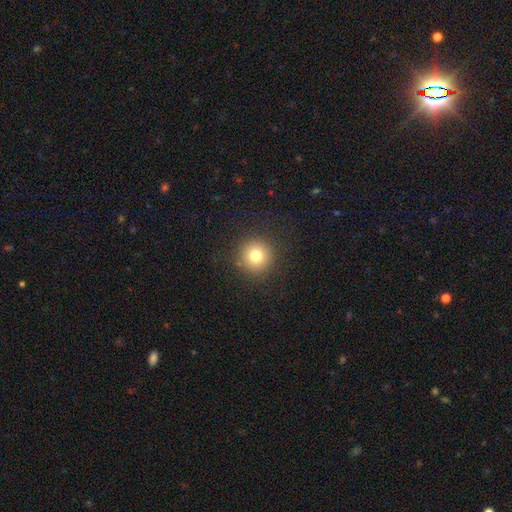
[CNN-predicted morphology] Smooth or featured: smooth — 78% (star or artifact — 13%)
How rounded: round — 95% (in between — 4%)
Merging: none — 89% (minor disturbance — 6%)